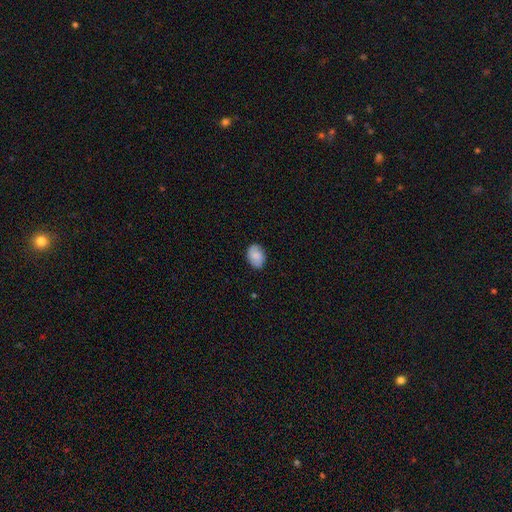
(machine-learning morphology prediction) Smooth or featured? smooth (80%)
How rounded? in between (80%)
Merging? none (83%)